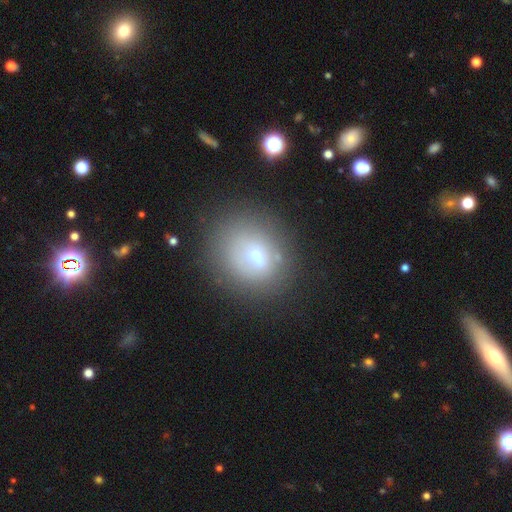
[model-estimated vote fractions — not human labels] Smooth or featured? Predicted: smooth (p=0.59). How rounded? Predicted: round (p=0.69). Merging? Predicted: none (p=0.71).